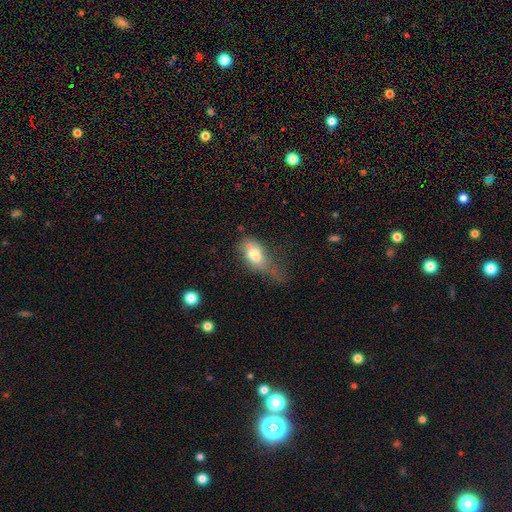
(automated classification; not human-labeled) Smooth or featured?
  - smooth: 69% *
  - featured or disk: 22%
  - star or artifact: 9%
How rounded?
  - in between: 84% *
  - round: 12%
  - cigar-shaped: 4%
Merging?
  - major disturbance: 36% *
  - minor disturbance: 27%
  - none: 21%
  - merger: 16%